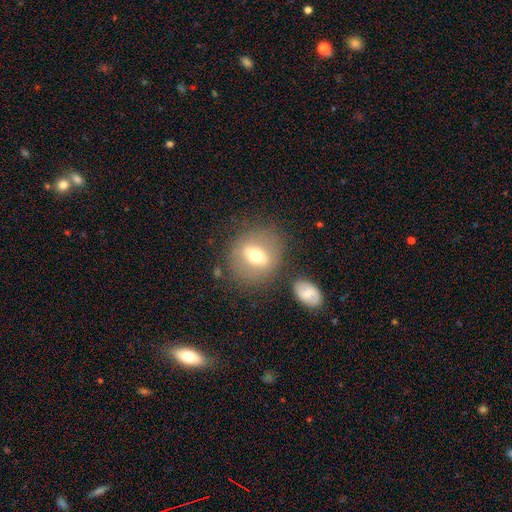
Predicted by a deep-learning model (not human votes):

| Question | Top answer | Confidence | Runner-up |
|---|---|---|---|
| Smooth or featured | smooth | 49% | featured or disk (42%) |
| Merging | none | 75% | minor disturbance (13%) |